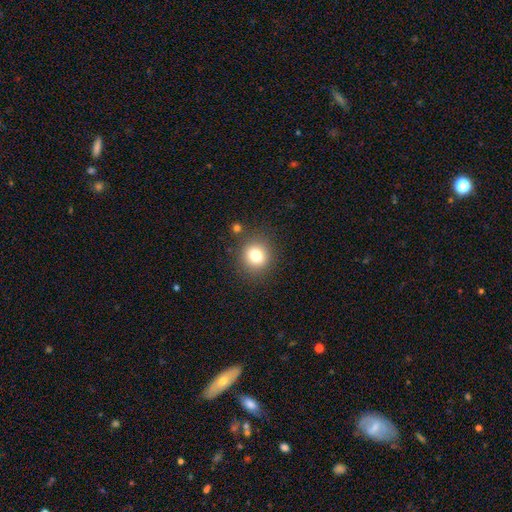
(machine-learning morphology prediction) A smooth galaxy with no disk features (78%) that is round (87%). Merging: none (85%).